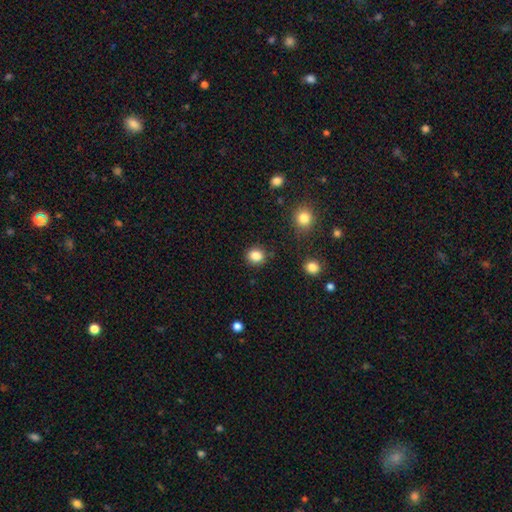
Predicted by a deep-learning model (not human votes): Smooth or featured? Predicted: smooth (p=0.86). How rounded? Predicted: round (p=0.77). Merging? Predicted: none (p=0.87).